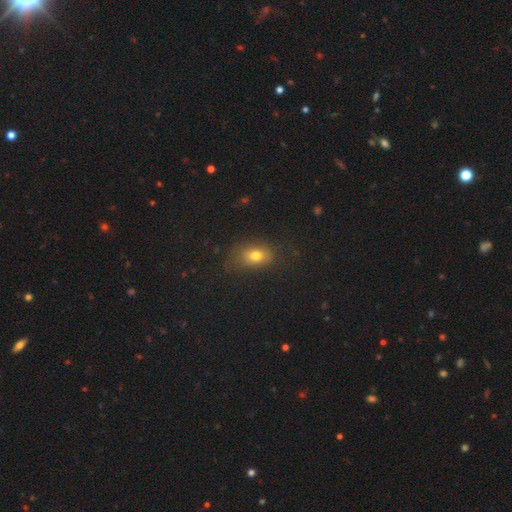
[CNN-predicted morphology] smooth-or-featured: smooth: 74% | star or artifact: 14% | featured or disk: 12%
  how-rounded: in between: 75% | round: 22% | cigar-shaped: 3%
  merging: none: 70% | minor disturbance: 20% | major disturbance: 9% | merger: 2%